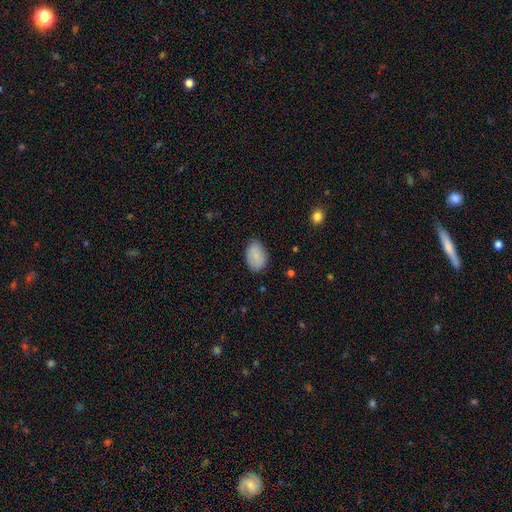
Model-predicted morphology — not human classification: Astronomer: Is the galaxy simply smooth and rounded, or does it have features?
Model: smooth — 85%.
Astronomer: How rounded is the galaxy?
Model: in between — 87%.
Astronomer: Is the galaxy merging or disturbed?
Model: none — 79%.